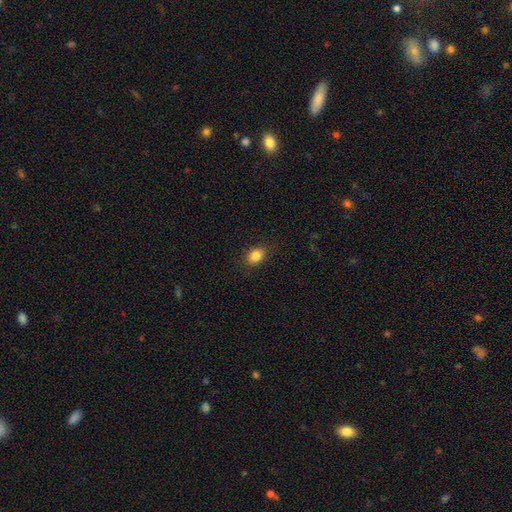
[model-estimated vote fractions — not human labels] Smooth or featured: smooth — 85% (star or artifact — 9%)
How rounded: in between — 70% (round — 29%)
Merging: none — 85% (minor disturbance — 11%)